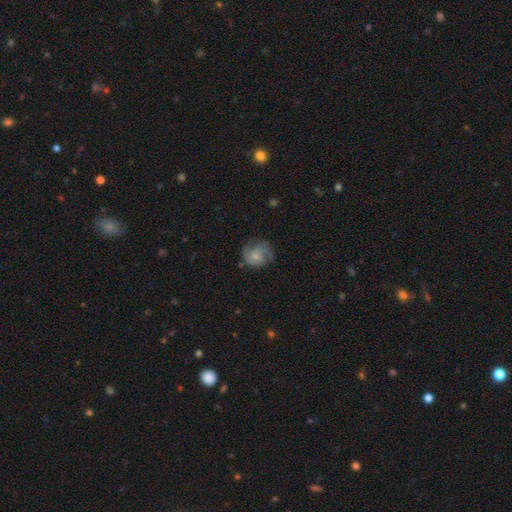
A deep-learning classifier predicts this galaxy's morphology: type=featured or disk (65%); edge-on=no (98%); bar=no (65%); spiral arms=yes (89%); winding=medium (44%); arm count=2 (43%); bulge=small (60%); merging=none (61%).